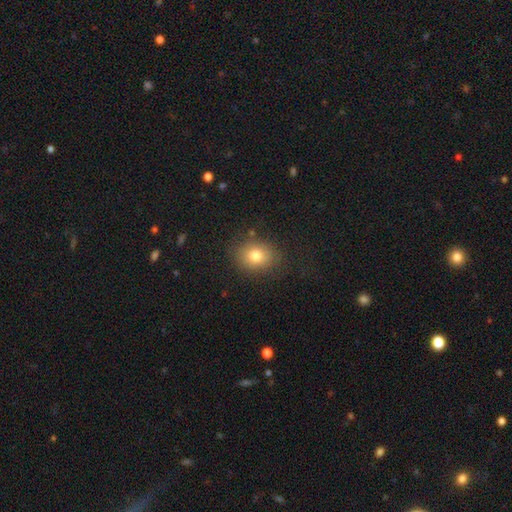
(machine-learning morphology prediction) Q: Smooth or featured?
A: smooth (78%); runner-up: star or artifact (11%)
Q: How rounded?
A: round (56%); runner-up: in between (43%)
Q: Merging?
A: none (81%); runner-up: minor disturbance (12%)